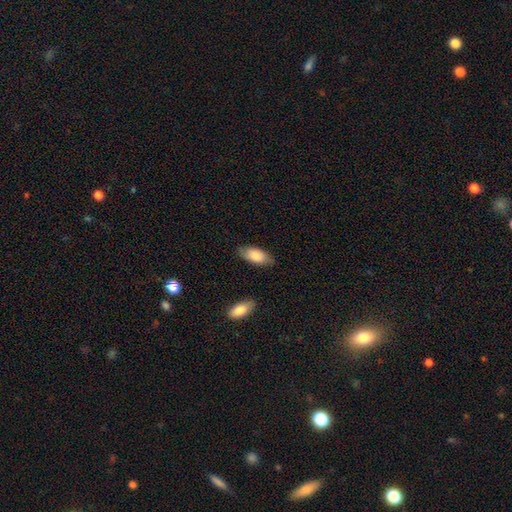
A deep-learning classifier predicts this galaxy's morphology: The model was most divided on "merging": none: 82%, minor disturbance: 14%, major disturbance: 3%, merger: 2%. More confident: how rounded — in between (89%); smooth or featured — smooth (84%).